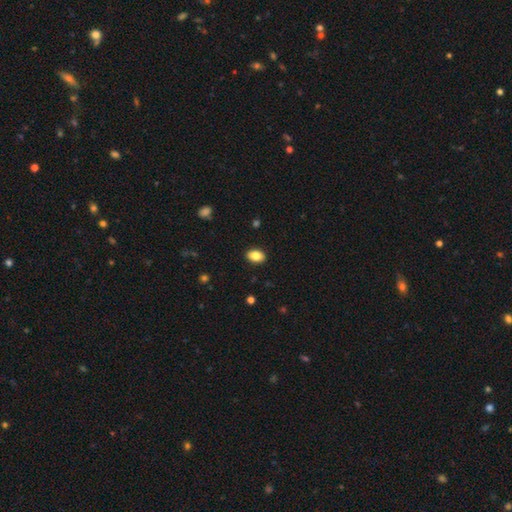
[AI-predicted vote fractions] Smooth or featured?
  - smooth: 85% *
  - star or artifact: 8%
  - featured or disk: 7%
How rounded?
  - in between: 83% *
  - round: 16%
  - cigar-shaped: 1%
Merging?
  - none: 90% *
  - minor disturbance: 7%
  - major disturbance: 2%
  - merger: 1%